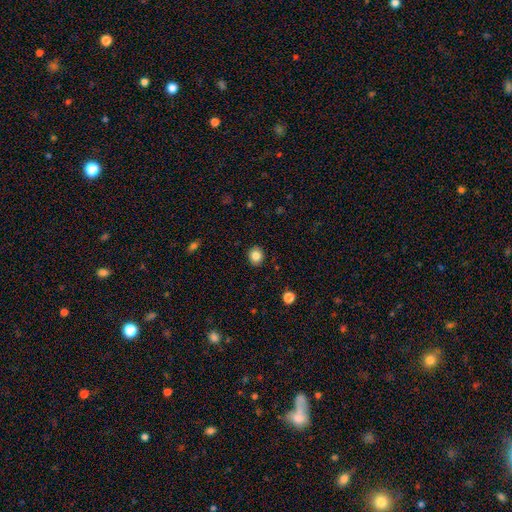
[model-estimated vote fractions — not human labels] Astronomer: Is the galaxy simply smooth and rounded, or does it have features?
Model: smooth — 84%.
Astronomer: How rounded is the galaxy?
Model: round — 75%.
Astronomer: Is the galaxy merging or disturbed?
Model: none — 90%.